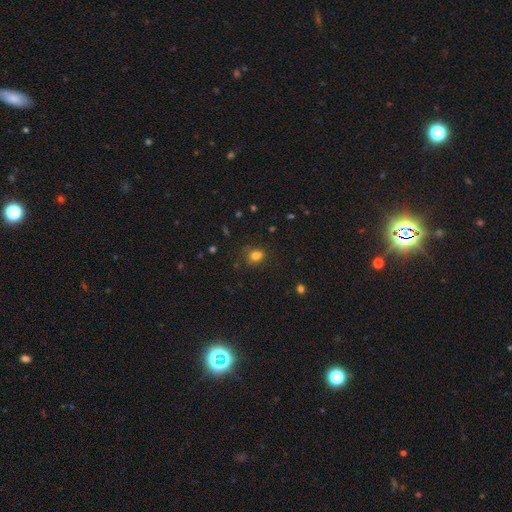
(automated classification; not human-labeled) Morphology: type=smooth (78%); roundness=round (60%); merging=none (68%).